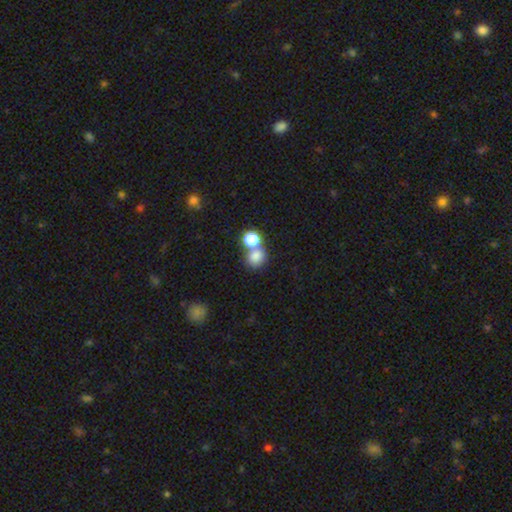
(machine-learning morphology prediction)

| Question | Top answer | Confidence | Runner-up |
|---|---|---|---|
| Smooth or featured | smooth | 79% | star or artifact (12%) |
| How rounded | round | 75% | in between (24%) |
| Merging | merger | 47% | none (42%) |